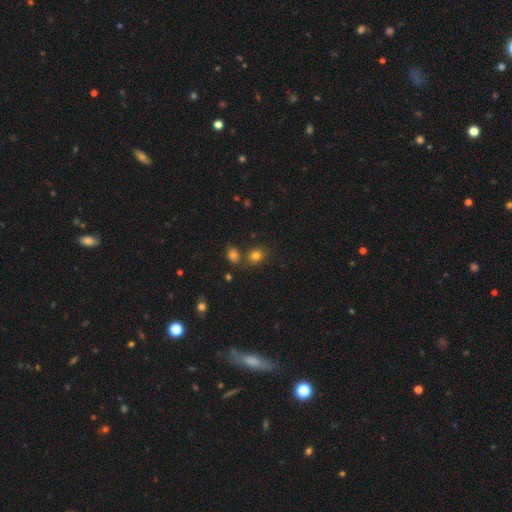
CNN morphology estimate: Smooth or featured: smooth — 80% (star or artifact — 13%)
How rounded: round — 56% (in between — 43%)
Merging: none — 70% (merger — 16%)